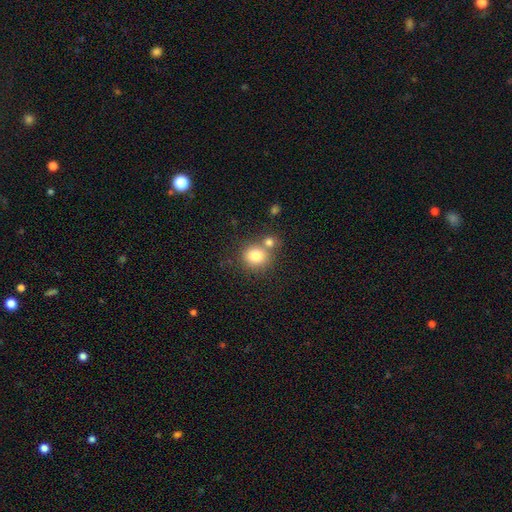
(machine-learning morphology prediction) Smooth or featured? smooth (81%)
How rounded? round (82%)
Merging? none (56%)